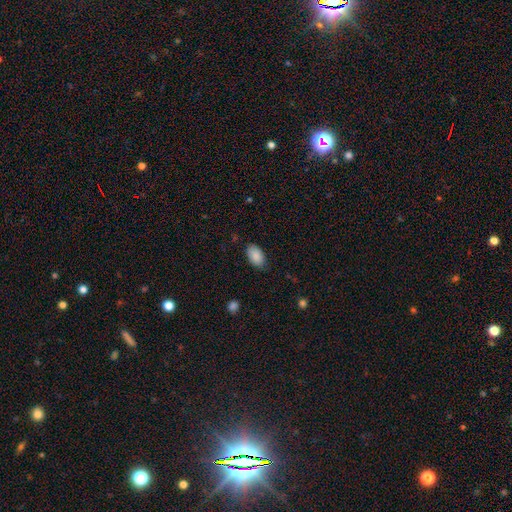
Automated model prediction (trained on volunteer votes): A smooth galaxy with no disk features (89%) that is in between round and cigar-shaped (94%).

Vote fractions:
- Smooth or featured? smooth: 89% / star or artifact: 7% / featured or disk: 5%
- How rounded? in between: 94% / round: 4% / cigar-shaped: 1%
- Merging? none: 82% / minor disturbance: 14% / major disturbance: 3% / merger: 1%